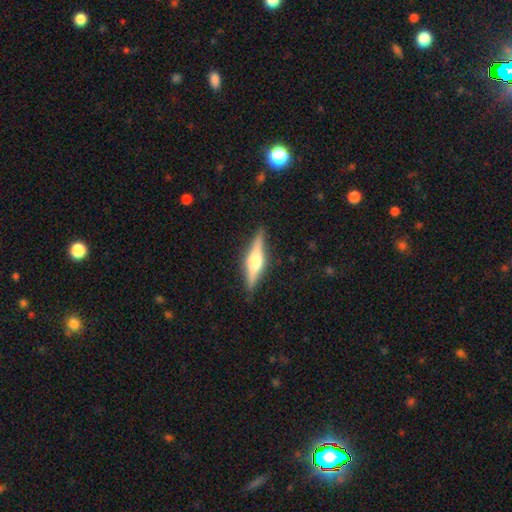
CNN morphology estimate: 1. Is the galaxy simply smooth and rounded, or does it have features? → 67% featured or disk, 27% smooth, 6% star or artifact.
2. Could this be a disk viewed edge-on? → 97% yes, 3% no.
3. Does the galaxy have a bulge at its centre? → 85% rounded, 11% boxy, 3% none.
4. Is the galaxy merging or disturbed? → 88% none, 9% minor disturbance, 2% major disturbance, 1% merger.